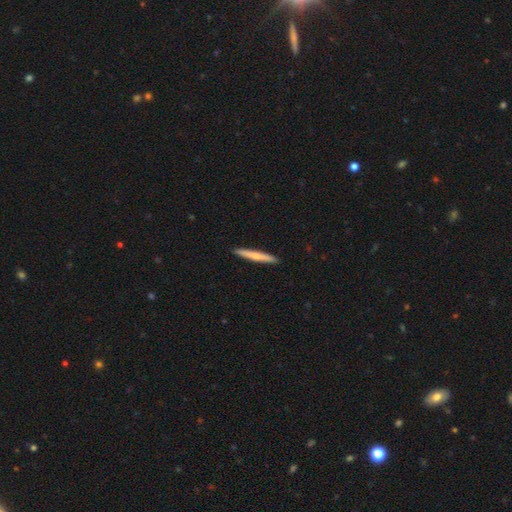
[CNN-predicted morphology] A smooth galaxy with no disk features (56%) that is cigar-shaped (96%). Merging: none (92%).